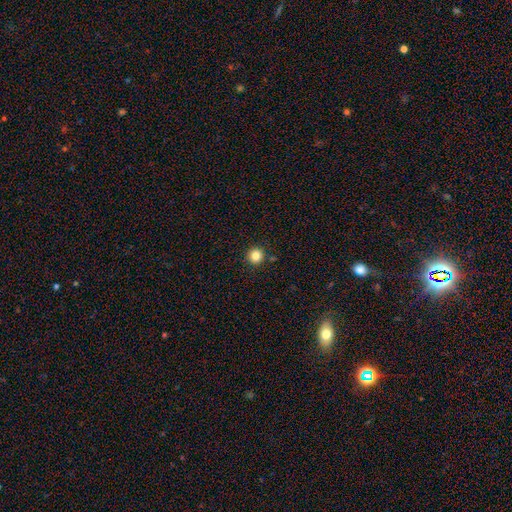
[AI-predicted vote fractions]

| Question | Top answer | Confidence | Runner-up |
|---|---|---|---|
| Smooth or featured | smooth | 84% | star or artifact (12%) |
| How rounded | round | 95% | in between (4%) |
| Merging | none | 90% | minor disturbance (5%) |